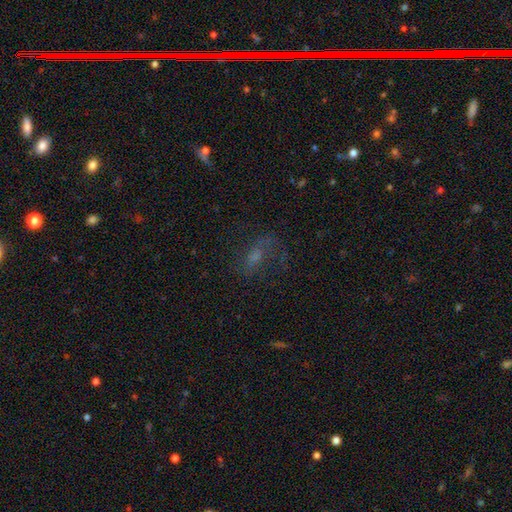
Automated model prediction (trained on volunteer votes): featured or disk 44%, smooth 32%, star or artifact 24%. Down the decision tree: merging — none (54%).